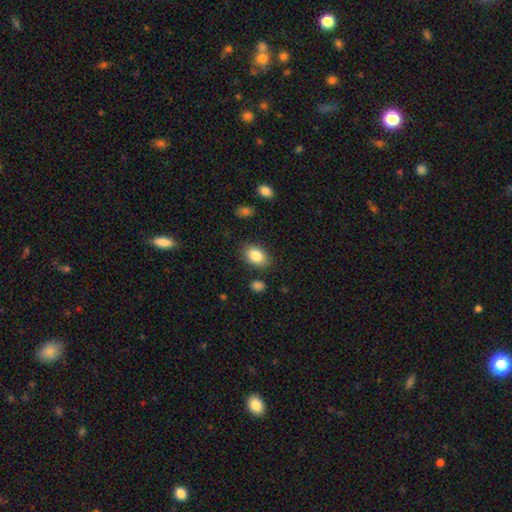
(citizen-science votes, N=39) A smooth galaxy with no disk features (87%) that is in between round and cigar-shaped (94%). Merging: none (89%).